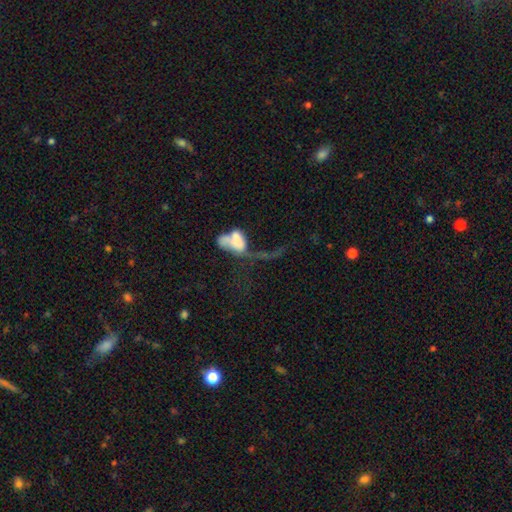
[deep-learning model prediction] This appears to be a star or artifact, not a galaxy (36%).